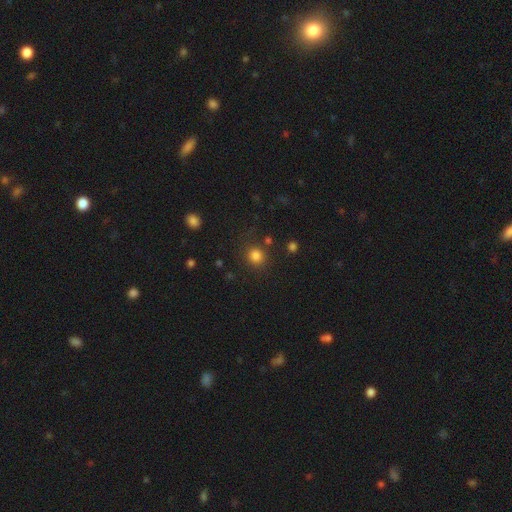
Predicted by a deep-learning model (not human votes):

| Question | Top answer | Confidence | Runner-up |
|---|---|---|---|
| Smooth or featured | smooth | 82% | star or artifact (13%) |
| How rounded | round | 89% | in between (10%) |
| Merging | none | 83% | minor disturbance (9%) |